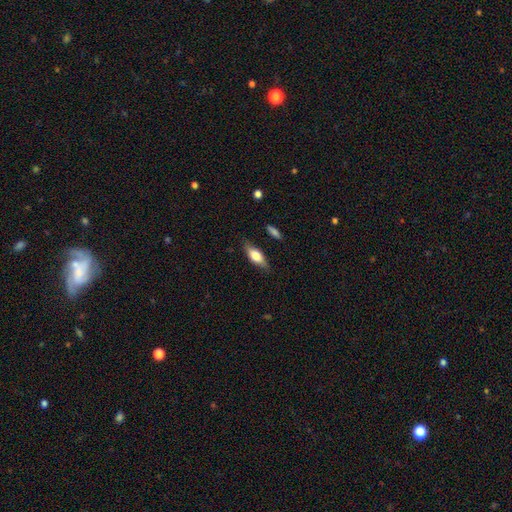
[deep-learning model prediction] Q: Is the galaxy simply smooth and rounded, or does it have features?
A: smooth — 60%.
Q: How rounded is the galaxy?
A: in between — 69%.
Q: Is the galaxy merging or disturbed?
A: none — 77%.